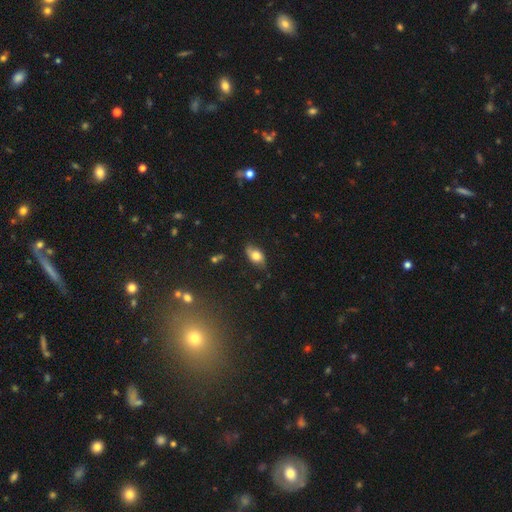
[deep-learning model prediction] smooth 62%, featured or disk 29%, star or artifact 9%. Down the decision tree: how rounded — in between (87%); merging — none (74%).